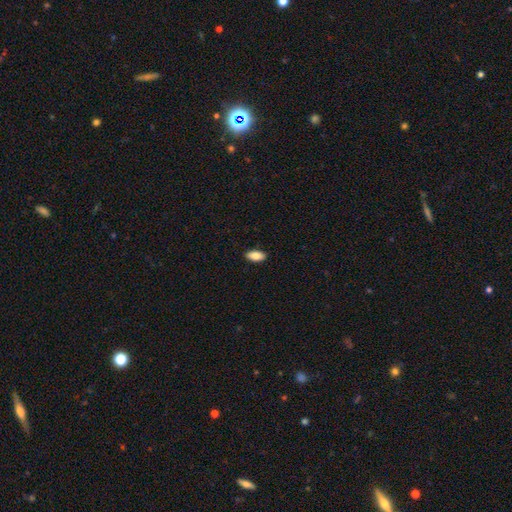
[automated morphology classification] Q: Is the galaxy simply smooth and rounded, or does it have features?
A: smooth — 85%.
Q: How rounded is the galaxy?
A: in between — 91%.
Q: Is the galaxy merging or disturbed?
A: none — 90%.